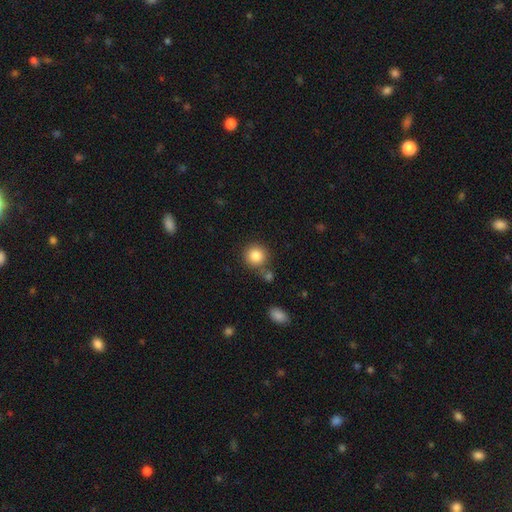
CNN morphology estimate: smooth-or-featured: smooth: 85% | star or artifact: 10% | featured or disk: 6%
  how-rounded: round: 92% | in between: 7% | cigar-shaped: 1%
  merging: none: 74% | merger: 12% | minor disturbance: 10% | major disturbance: 4%